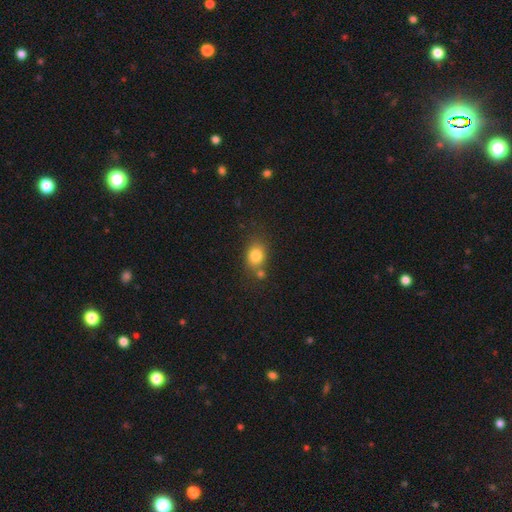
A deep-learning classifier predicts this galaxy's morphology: Smooth or featured: smooth — 81% (star or artifact — 11%)
How rounded: in between — 56% (round — 42%)
Merging: none — 63% (merger — 18%)